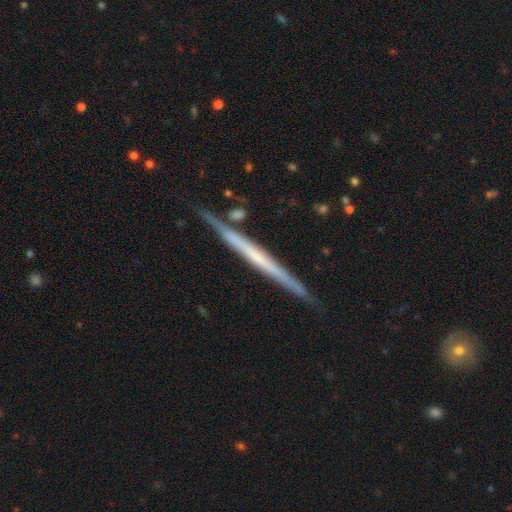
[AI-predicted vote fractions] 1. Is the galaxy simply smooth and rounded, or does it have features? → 65% featured or disk, 30% smooth, 6% star or artifact.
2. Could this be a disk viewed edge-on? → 97% yes, 3% no.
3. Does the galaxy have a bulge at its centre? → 83% none, 10% rounded, 6% boxy.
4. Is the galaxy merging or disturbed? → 84% none, 11% minor disturbance, 3% merger, 2% major disturbance.